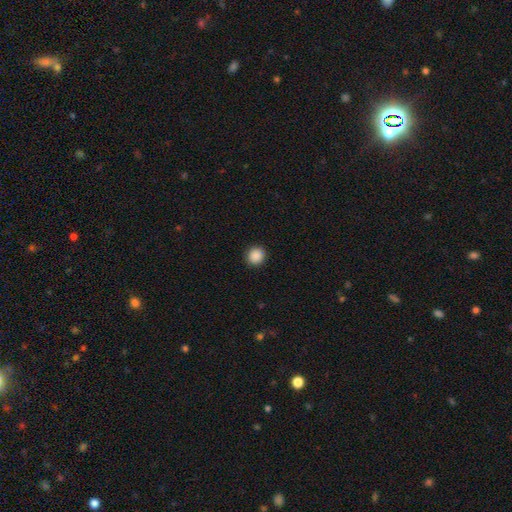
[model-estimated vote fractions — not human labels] Q: Smooth or featured?
A: smooth (89%); runner-up: star or artifact (9%)
Q: How rounded?
A: round (89%); runner-up: in between (10%)
Q: Merging?
A: none (90%); runner-up: minor disturbance (7%)